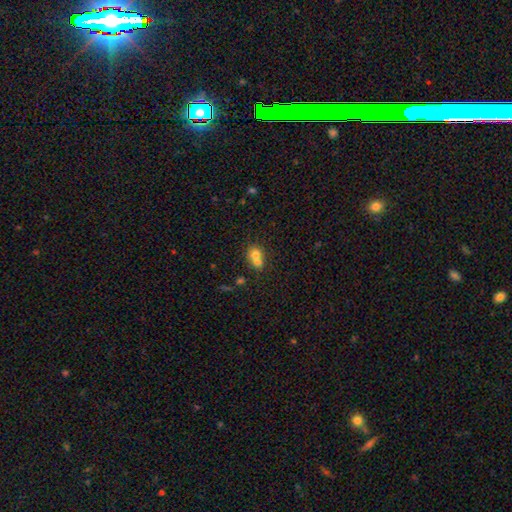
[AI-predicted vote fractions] Q: Smooth or featured?
A: smooth (72%); runner-up: featured or disk (16%)
Q: How rounded?
A: round (69%); runner-up: in between (30%)
Q: Merging?
A: merger (62%); runner-up: none (28%)